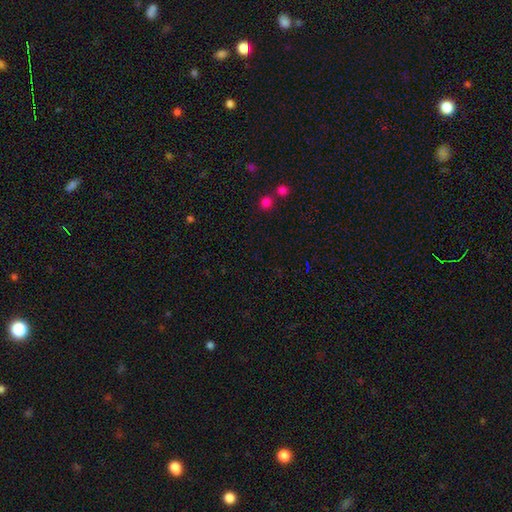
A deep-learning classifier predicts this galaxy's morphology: Smooth or featured: star or artifact — 57% (smooth — 36%)